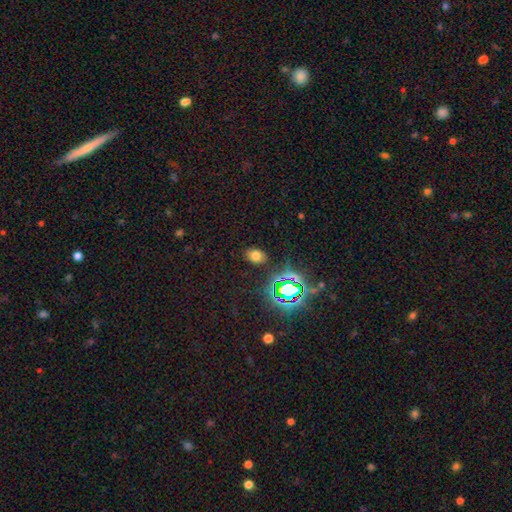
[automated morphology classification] This is likely a smooth galaxy (66%). How rounded: likely in between (73%). Merging: clearly none (86%).